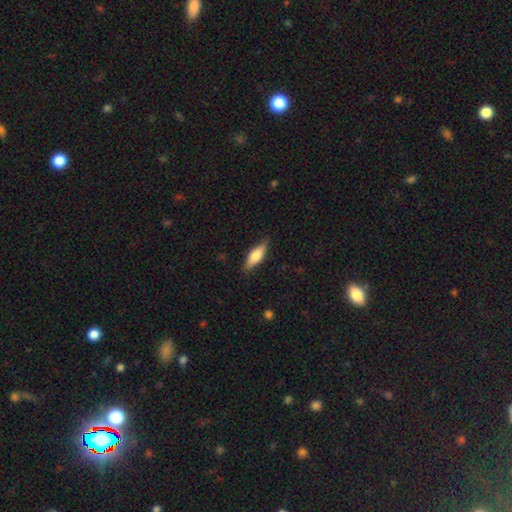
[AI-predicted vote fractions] The model was most divided on "how rounded": in between: 60%, cigar-shaped: 38%, round: 2%. More confident: merging — none (84%); smooth or featured — smooth (70%).